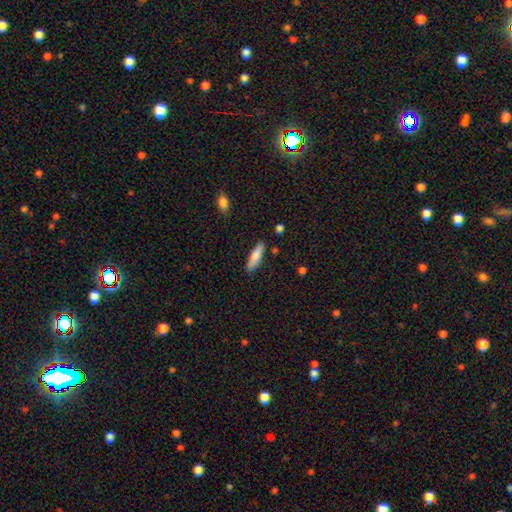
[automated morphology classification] Smooth or featured?
  - smooth: 81% *
  - featured or disk: 13%
  - star or artifact: 6%
How rounded?
  - cigar-shaped: 69% *
  - in between: 29%
  - round: 2%
Merging?
  - none: 85% *
  - minor disturbance: 11%
  - merger: 2%
  - major disturbance: 2%